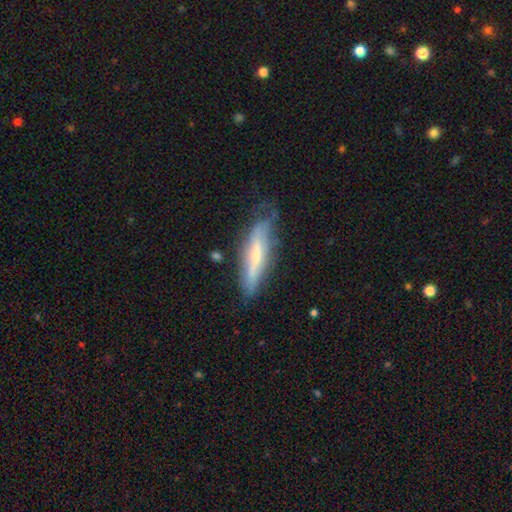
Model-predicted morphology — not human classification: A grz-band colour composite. It shows a smooth galaxy with no disk features (48%). Merging: none (62%).